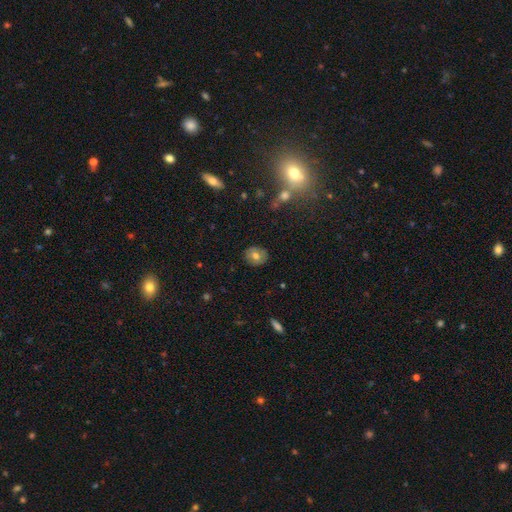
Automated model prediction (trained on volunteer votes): A smooth galaxy with no disk features (66%) that is round (67%).

Vote fractions:
- Smooth or featured? smooth: 66% / featured or disk: 24% / star or artifact: 10%
- How rounded? round: 67% / in between: 32% / cigar-shaped: 1%
- Merging? none: 86% / minor disturbance: 10% / major disturbance: 2% / merger: 1%